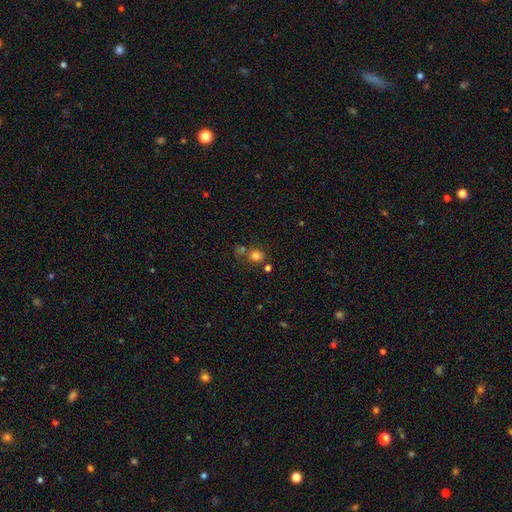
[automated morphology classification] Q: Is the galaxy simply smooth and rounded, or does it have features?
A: smooth — 77%.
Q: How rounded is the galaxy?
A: round — 85%.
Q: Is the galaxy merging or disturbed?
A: none — 62%.